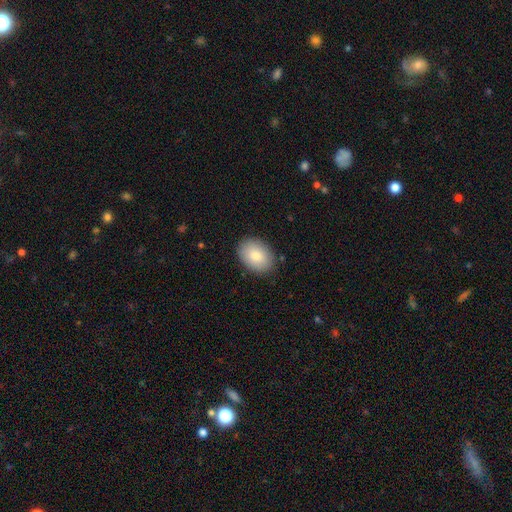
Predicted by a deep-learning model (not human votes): Q: Smooth or featured?
A: smooth (84%); runner-up: featured or disk (10%)
Q: How rounded?
A: in between (79%); runner-up: round (20%)
Q: Merging?
A: none (87%); runner-up: minor disturbance (10%)